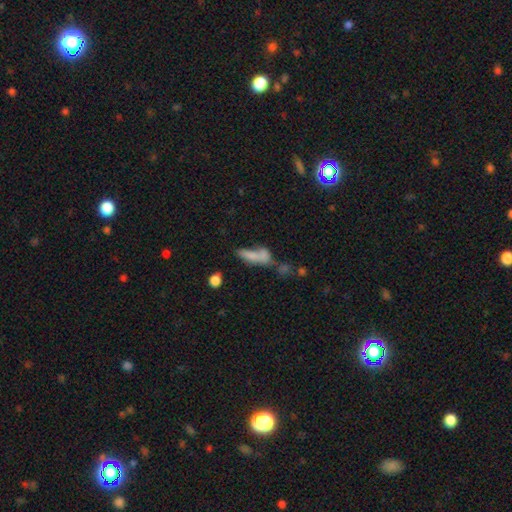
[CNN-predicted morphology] This appears to be a smooth galaxy with no disk features (67%) that is in between round and cigar-shaped (52%). Merging: merger (46%).